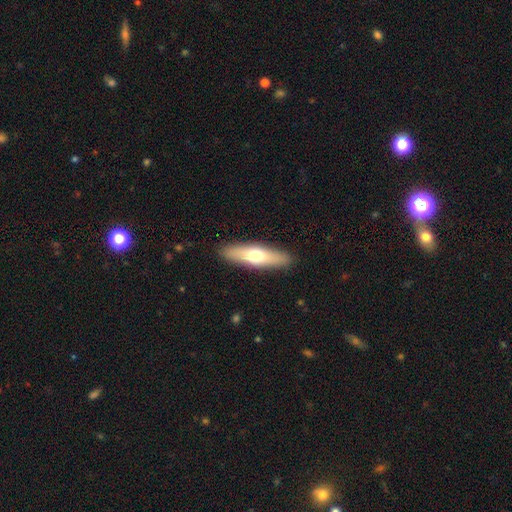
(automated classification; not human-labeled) A smooth galaxy with no disk features (61%) that is cigar-shaped (63%). Merging: none (90%).